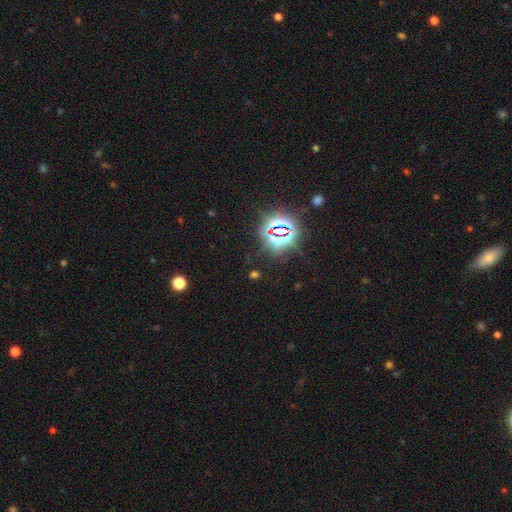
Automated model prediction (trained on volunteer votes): The model was most divided on "smooth or featured": star or artifact: 80%, smooth: 12%, featured or disk: 7%.